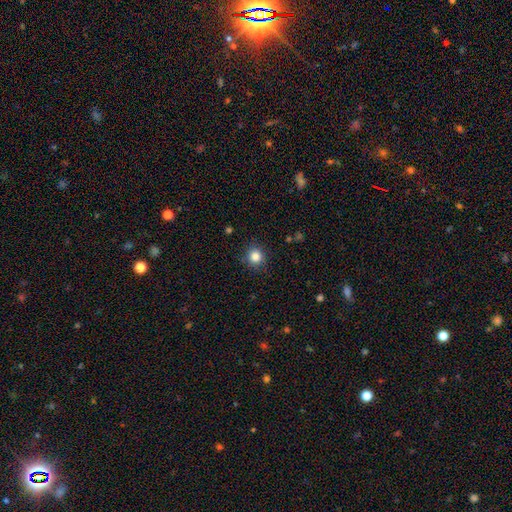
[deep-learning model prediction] Smooth or featured: smooth — 84% (star or artifact — 11%)
How rounded: round — 89% (in between — 10%)
Merging: none — 87% (minor disturbance — 9%)